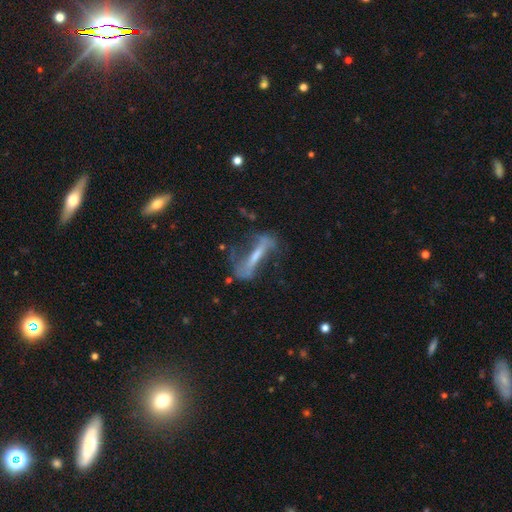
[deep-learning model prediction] Smooth or featured?
  - featured or disk: 67% *
  - smooth: 23%
  - star or artifact: 10%
Edge-on disk?
  - no: 57% *
  - yes: 43%
Merging?
  - none: 47% *
  - major disturbance: 26%
  - minor disturbance: 22%
  - merger: 5%